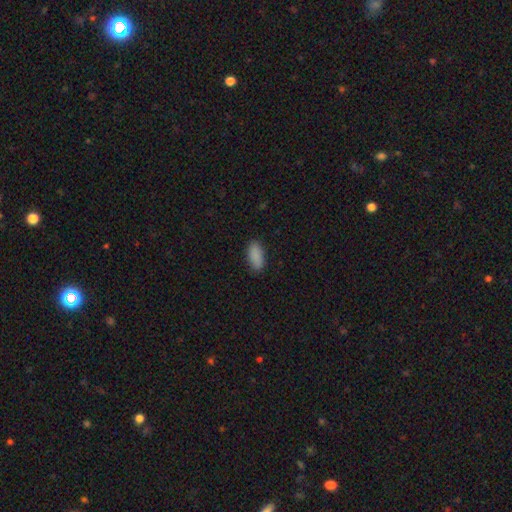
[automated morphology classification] type=smooth (89%); roundness=in between (89%); merging=none (87%).